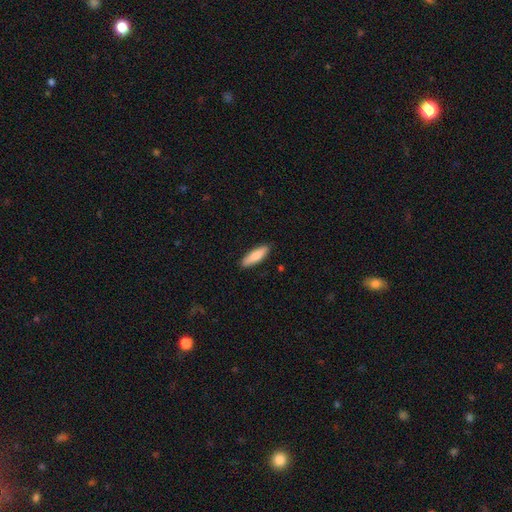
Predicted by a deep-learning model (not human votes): Overall: smooth (82%). How rounded: cigar-shaped (59%; in between 39%). Merging: none (89%).